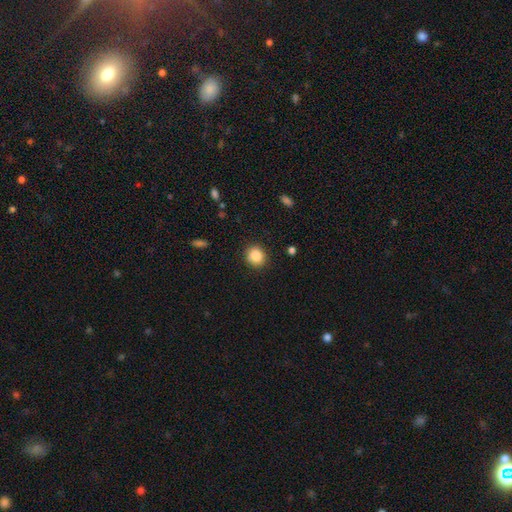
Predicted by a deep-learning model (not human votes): Smooth or featured: smooth — 85% (star or artifact — 9%)
How rounded: round — 85% (in between — 14%)
Merging: none — 89% (minor disturbance — 8%)